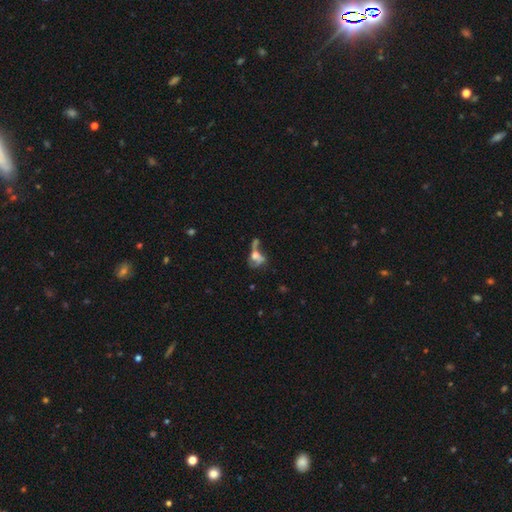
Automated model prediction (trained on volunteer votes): This appears to be a featured or disk galaxy (42%, tied with smooth). Merging: merger (41%).